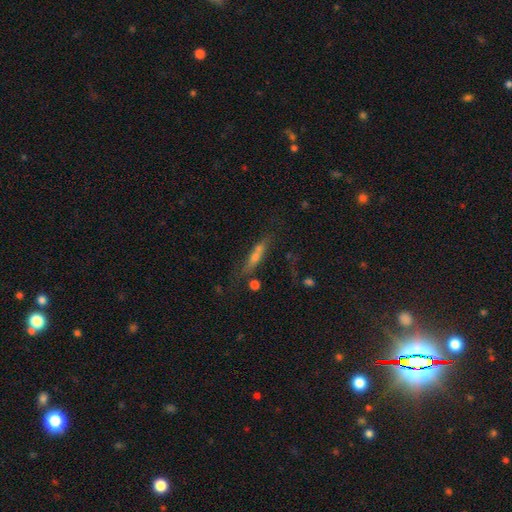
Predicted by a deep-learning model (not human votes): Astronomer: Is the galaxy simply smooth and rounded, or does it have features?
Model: featured or disk — 48% (runner-up: smooth, 37%).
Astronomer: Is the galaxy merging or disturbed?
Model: none — 64%.